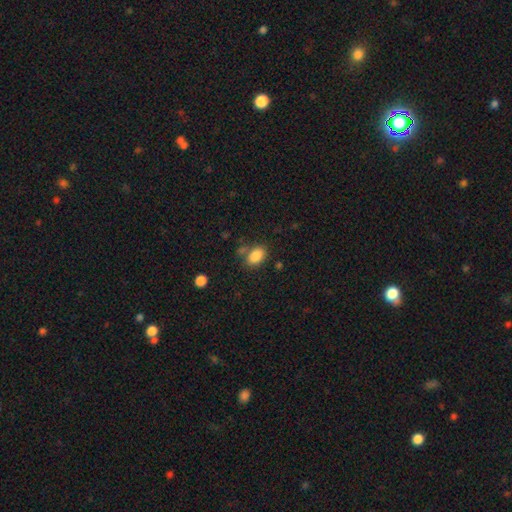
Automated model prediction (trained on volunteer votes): Smooth or featured: smooth — 86% (star or artifact — 9%)
How rounded: in between — 84% (round — 14%)
Merging: none — 69% (minor disturbance — 16%)